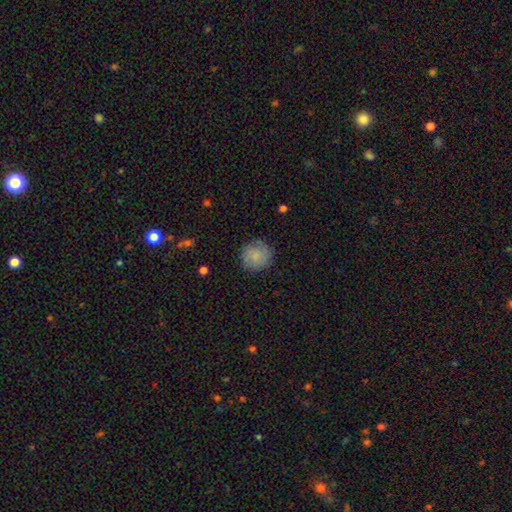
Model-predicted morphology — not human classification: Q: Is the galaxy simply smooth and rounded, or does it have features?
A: smooth — 79%.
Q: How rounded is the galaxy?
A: round — 91%.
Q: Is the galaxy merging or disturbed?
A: none — 80%.